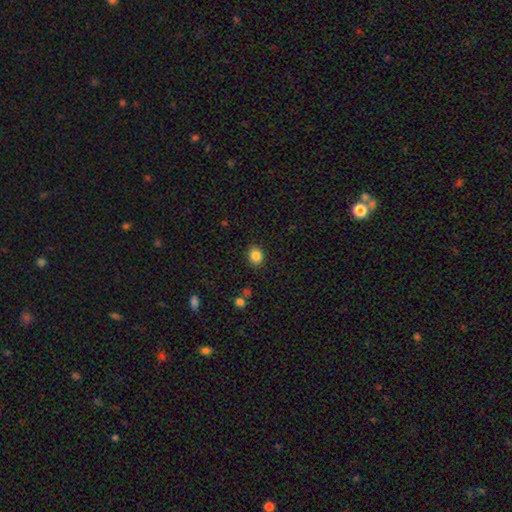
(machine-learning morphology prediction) Overall: smooth (85%). How rounded: round (64%; in between 35%). Merging: none (88%).